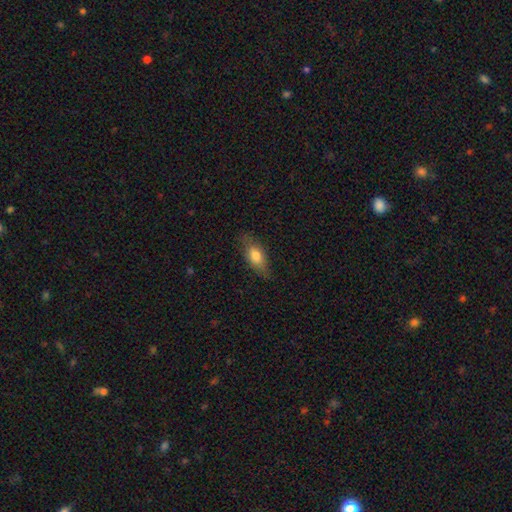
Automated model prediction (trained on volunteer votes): Smooth or featured? smooth (73%)
How rounded? in between (78%)
Merging? none (75%)